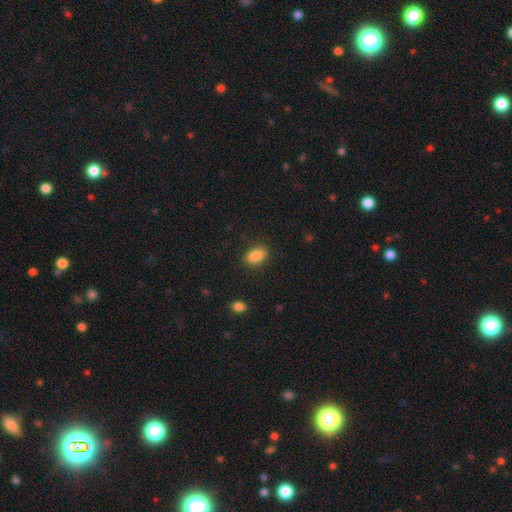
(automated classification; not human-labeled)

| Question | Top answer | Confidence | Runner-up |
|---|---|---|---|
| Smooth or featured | smooth | 88% | star or artifact (8%) |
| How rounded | in between | 87% | round (11%) |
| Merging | none | 87% | minor disturbance (9%) |